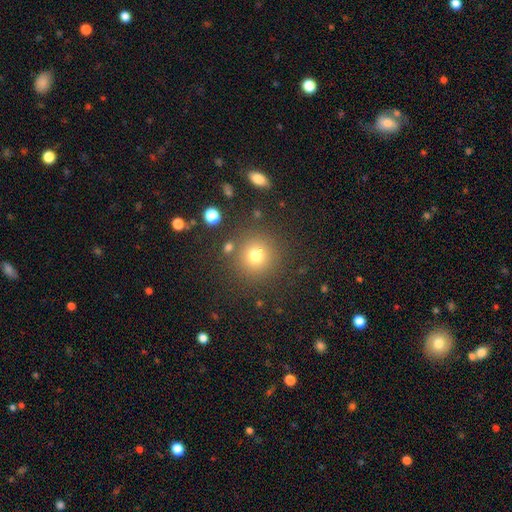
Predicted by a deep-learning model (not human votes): The model was most divided on "smooth or featured": smooth: 74%, star or artifact: 17%, featured or disk: 9%. More confident: how rounded — round (93%); merging — none (83%).